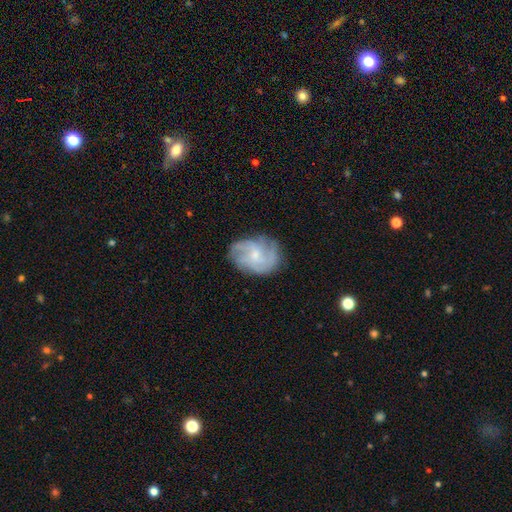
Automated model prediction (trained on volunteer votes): Q: Smooth or featured?
A: featured or disk (75%); runner-up: smooth (18%)
Q: Edge-on disk?
A: no (97%); runner-up: yes (3%)
Q: Bar?
A: no (64%); runner-up: weak (32%)
Q: Spiral arms?
A: yes (92%); runner-up: no (8%)
Q: Spiral winding?
A: medium (45%); runner-up: tight (33%)
Q: Spiral arm count?
A: 3 (31%); runner-up: can't tell (25%)
Q: Bulge size?
A: small (61%); runner-up: moderate (31%)
Q: Merging?
A: none (73%); runner-up: minor disturbance (19%)